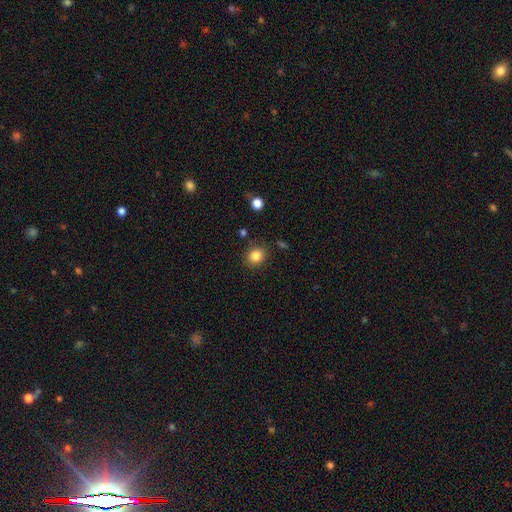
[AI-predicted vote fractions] Q: Smooth or featured?
A: smooth (85%); runner-up: star or artifact (10%)
Q: How rounded?
A: round (75%); runner-up: in between (24%)
Q: Merging?
A: none (84%); runner-up: minor disturbance (10%)